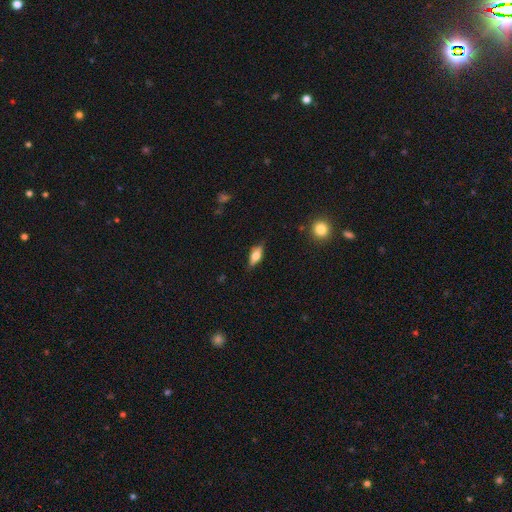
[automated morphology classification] Q: Smooth or featured?
A: smooth (52%); runner-up: featured or disk (41%)
Q: How rounded?
A: in between (69%); runner-up: cigar-shaped (27%)
Q: Merging?
A: none (80%); runner-up: minor disturbance (16%)